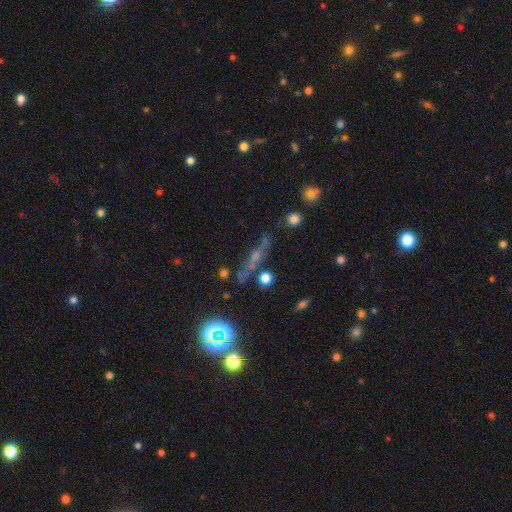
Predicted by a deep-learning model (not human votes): The model was most divided on "smooth or featured": featured or disk: 42%, smooth: 30%, star or artifact: 29%. More confident: merging — none (71%).